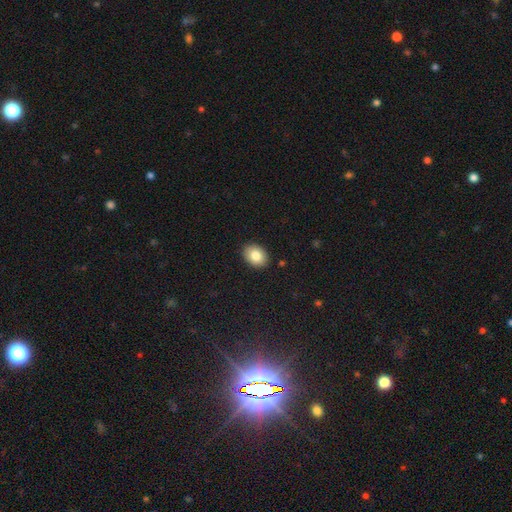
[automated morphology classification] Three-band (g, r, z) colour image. It shows a smooth galaxy with no disk features (83%) that is in between round and cigar-shaped (74%). Merging: none (89%).